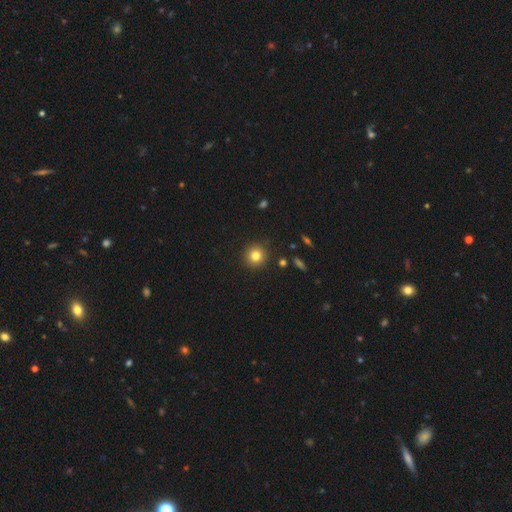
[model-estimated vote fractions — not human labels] A smooth galaxy with no disk features (81%) that is round (94%).

Vote fractions:
- Smooth or featured? smooth: 81% / star or artifact: 12% / featured or disk: 7%
- How rounded? round: 94% / in between: 5% / cigar-shaped: 1%
- Merging? none: 91% / minor disturbance: 6% / major disturbance: 2% / merger: 1%